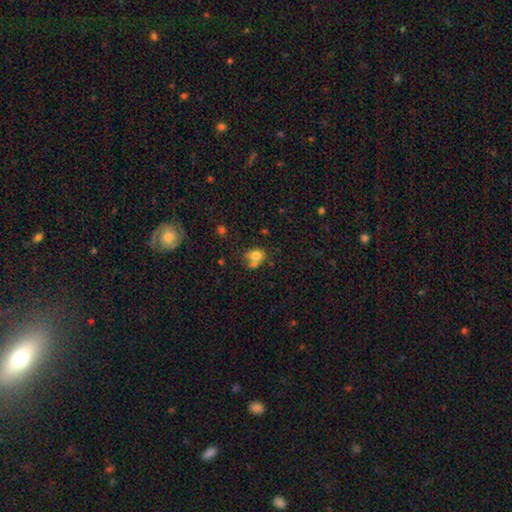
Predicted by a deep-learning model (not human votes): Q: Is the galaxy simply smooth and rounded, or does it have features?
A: smooth — 75%.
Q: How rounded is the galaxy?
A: in between — 59%.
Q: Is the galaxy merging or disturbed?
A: merger — 42%.